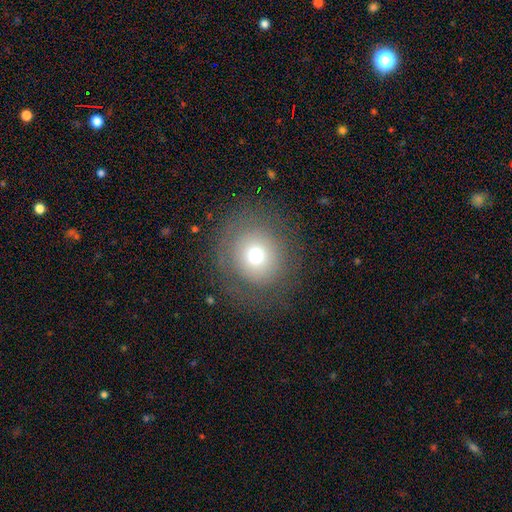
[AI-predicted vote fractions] This is likely a smooth galaxy (66%). How rounded: clearly round (88%). Merging: likely none (76%).